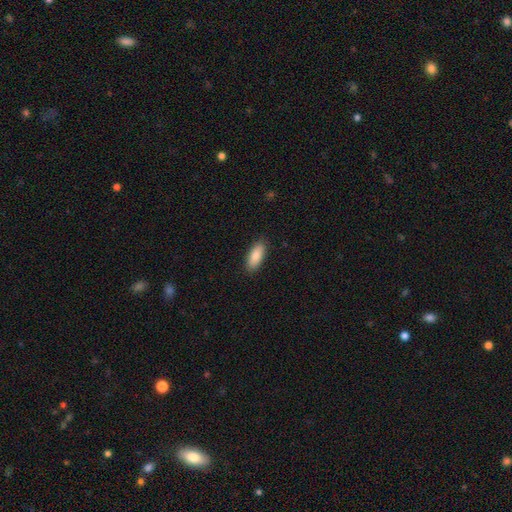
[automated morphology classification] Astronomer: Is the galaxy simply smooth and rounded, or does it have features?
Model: smooth — 87%.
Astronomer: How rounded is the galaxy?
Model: in between — 80%.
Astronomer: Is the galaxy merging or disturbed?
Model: none — 89%.